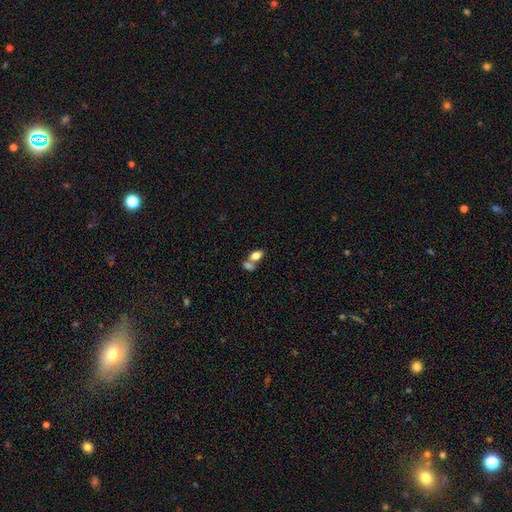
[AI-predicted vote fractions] This is likely a smooth galaxy (78%). How rounded: clearly in between (86%). Merging: possibly merger (52%).